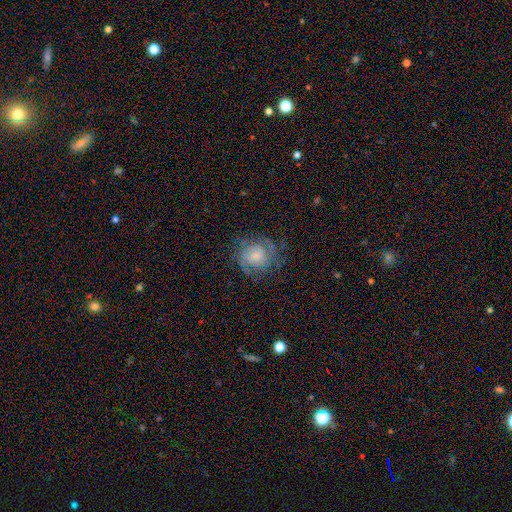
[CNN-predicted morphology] type=featured or disk (45%, tied with smooth); merging=none (65%).